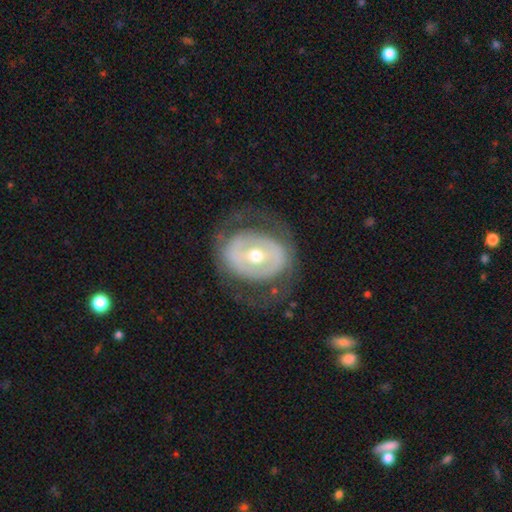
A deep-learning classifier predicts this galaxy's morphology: Overall: featured or disk (68%). Edge-on disk: no (95%). Bar: no (45%; weak 31%). Spiral arms: no (70%; yes 30%). Bulge size: moderate (68%). Merging: none (69%).